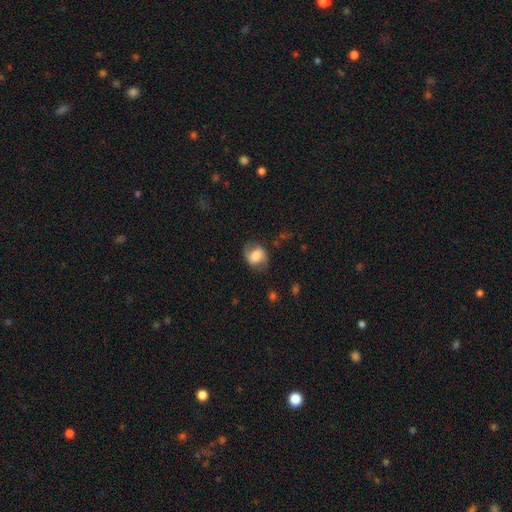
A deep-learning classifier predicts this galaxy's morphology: This appears to be a smooth galaxy with no disk features (50%) that is in between round and cigar-shaped (52%). Merging: none (71%).